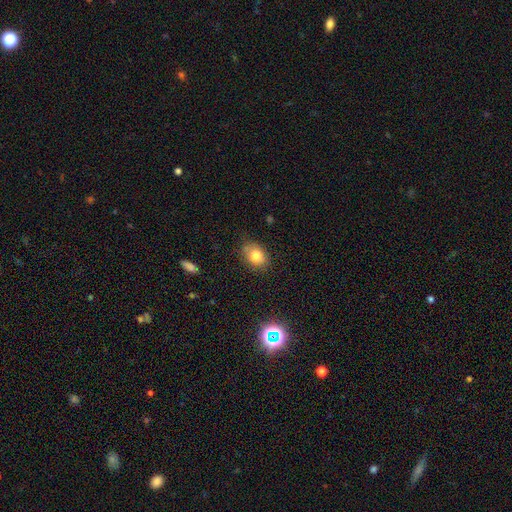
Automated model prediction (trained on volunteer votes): Q: Smooth or featured?
A: smooth (80%); runner-up: star or artifact (10%)
Q: How rounded?
A: in between (73%); runner-up: round (25%)
Q: Merging?
A: none (78%); runner-up: minor disturbance (17%)